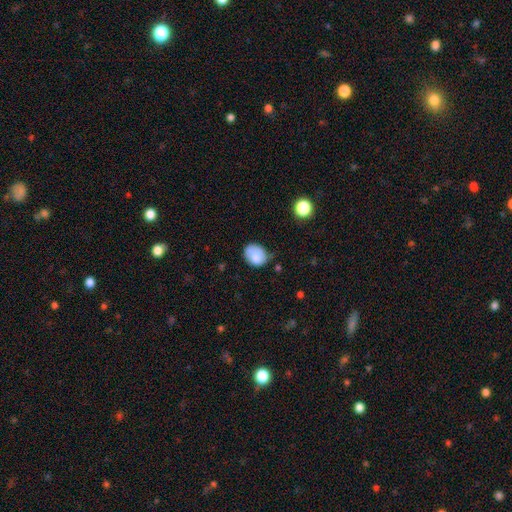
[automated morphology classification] smooth 75%, featured or disk 16%, star or artifact 9%. Down the decision tree: how rounded — in between (54%); merging — none (56%).